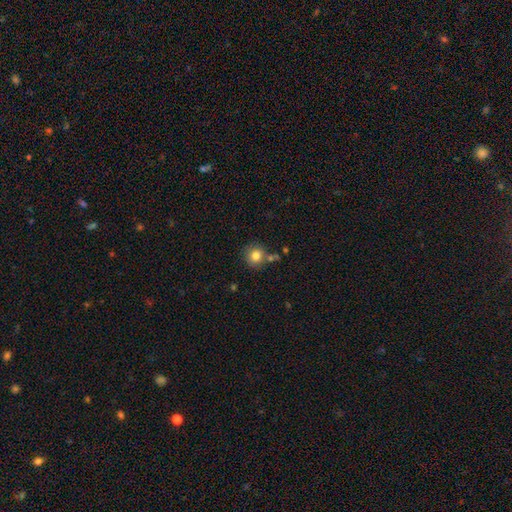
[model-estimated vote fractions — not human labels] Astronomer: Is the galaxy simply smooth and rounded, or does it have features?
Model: smooth — 82%.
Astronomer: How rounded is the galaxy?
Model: round — 90%.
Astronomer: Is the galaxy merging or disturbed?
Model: none — 72%.